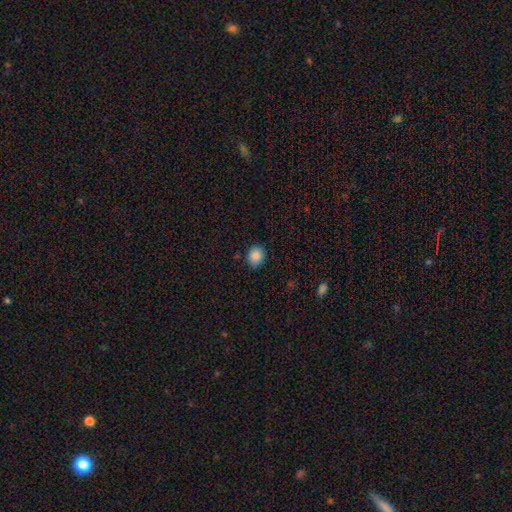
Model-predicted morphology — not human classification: A smooth galaxy with no disk features (87%) that is round (68%).

Vote fractions:
- Smooth or featured? smooth: 87% / star or artifact: 10% / featured or disk: 4%
- How rounded? round: 68% / in between: 31% / cigar-shaped: 1%
- Merging? none: 86% / minor disturbance: 11% / major disturbance: 2% / merger: 1%